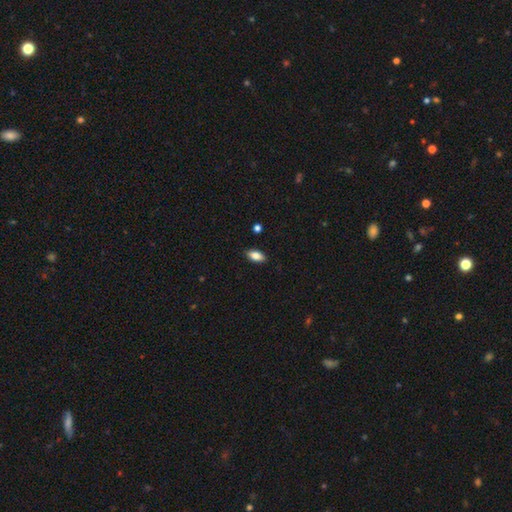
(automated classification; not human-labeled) Smooth or featured? Predicted: smooth (p=0.81). How rounded? Predicted: in between (p=0.89). Merging? Predicted: none (p=0.88).